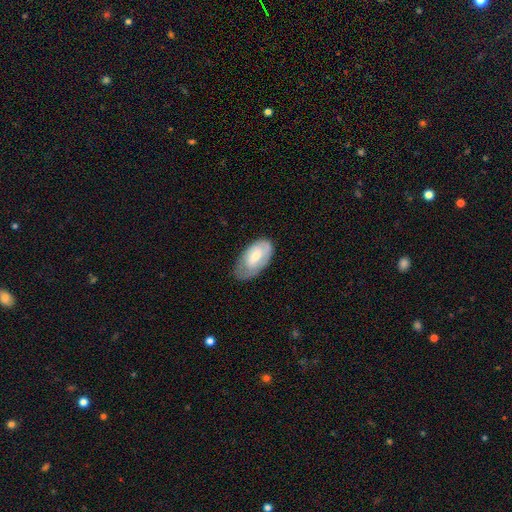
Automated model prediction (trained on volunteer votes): Smooth or featured? smooth (58%)
How rounded? in between (94%)
Merging? none (54%)